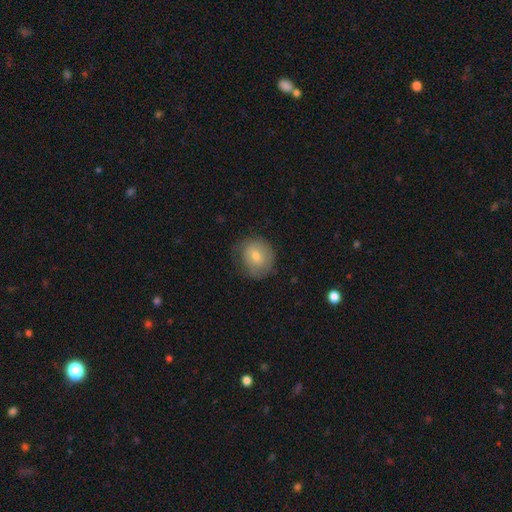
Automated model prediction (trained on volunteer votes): A smooth galaxy with no disk features (61%) that is round (76%). Merging: none (67%).